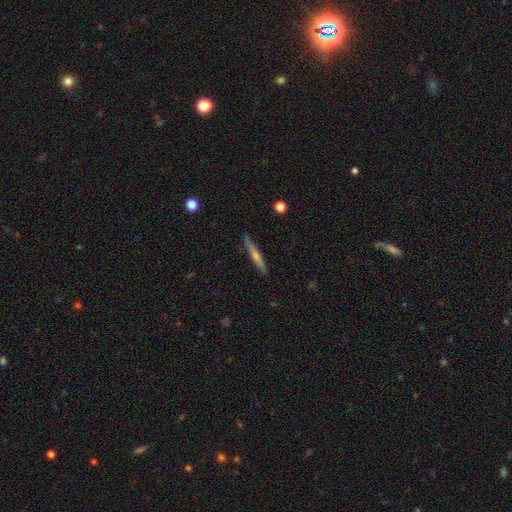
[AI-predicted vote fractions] Smooth or featured: featured or disk — 53% (smooth — 40%)
Edge-on disk: yes — 96% (no — 4%)
Edge-on bulge: rounded — 66% (none — 30%)
Merging: none — 89% (minor disturbance — 9%)